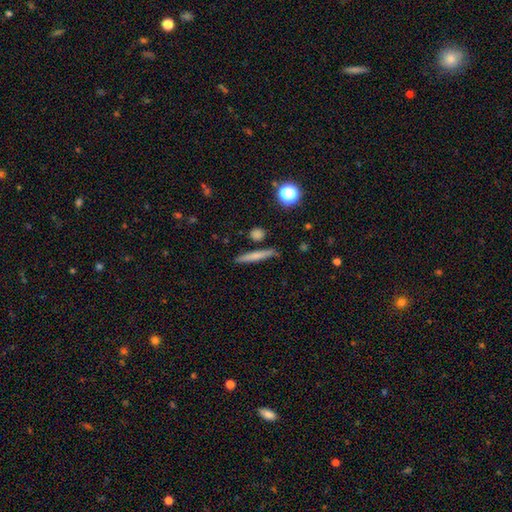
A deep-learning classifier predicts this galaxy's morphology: smooth 64%, featured or disk 27%, star or artifact 9%. Down the decision tree: how rounded — cigar-shaped (92%); merging — none (85%).